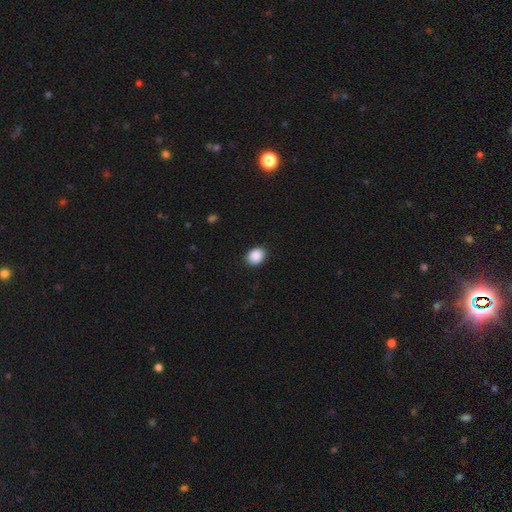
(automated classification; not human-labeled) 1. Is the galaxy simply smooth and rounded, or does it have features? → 89% smooth, 8% star or artifact, 3% featured or disk.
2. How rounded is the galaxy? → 53% in between, 46% round, 1% cigar-shaped.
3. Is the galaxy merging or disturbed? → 90% none, 7% minor disturbance, 2% major disturbance, 1% merger.